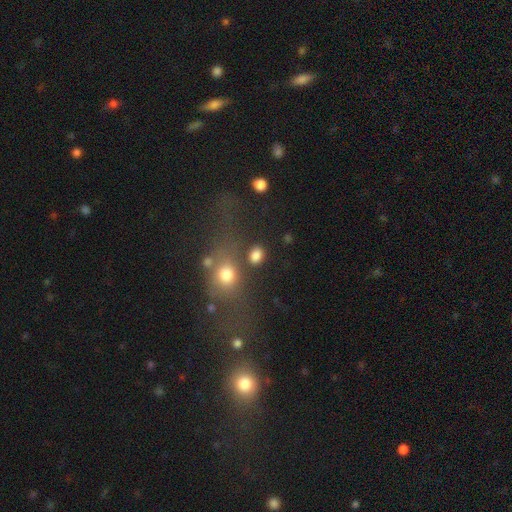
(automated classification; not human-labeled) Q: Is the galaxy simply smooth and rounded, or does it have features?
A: smooth — 82%.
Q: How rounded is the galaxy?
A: in between — 56%.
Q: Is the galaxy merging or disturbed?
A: none — 72%.